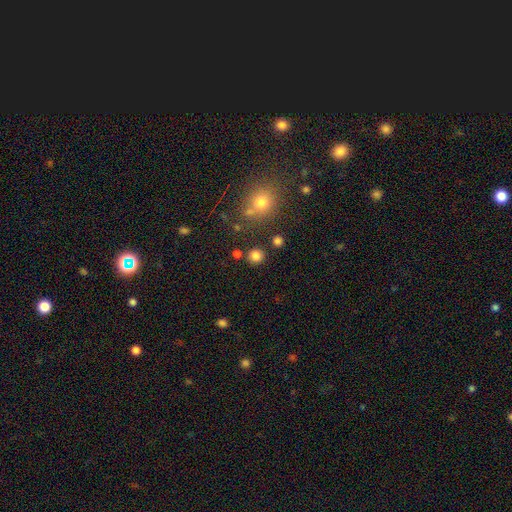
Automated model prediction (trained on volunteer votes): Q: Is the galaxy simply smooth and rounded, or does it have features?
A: smooth — 82%.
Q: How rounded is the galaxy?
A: round — 90%.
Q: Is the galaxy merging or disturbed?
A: none — 85%.